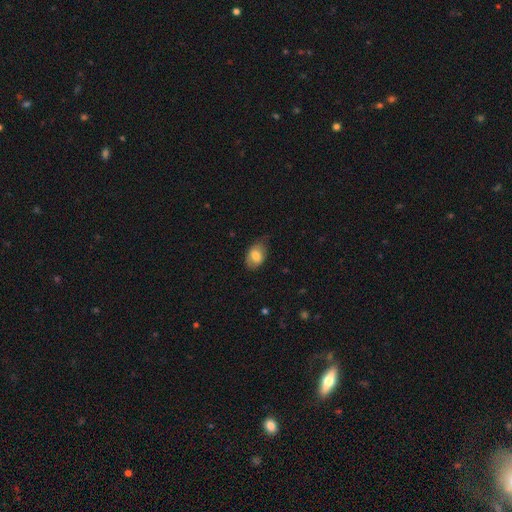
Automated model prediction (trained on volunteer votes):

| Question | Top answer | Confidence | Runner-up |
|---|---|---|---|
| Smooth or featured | smooth | 76% | featured or disk (16%) |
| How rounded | in between | 83% | round (16%) |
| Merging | none | 57% | minor disturbance (34%) |